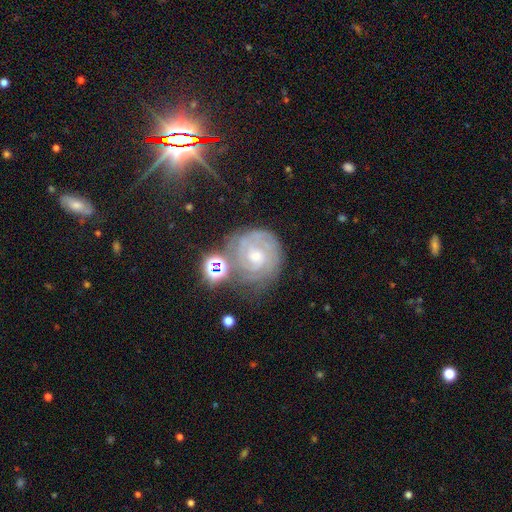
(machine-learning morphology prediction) smooth_or_featured: featured or disk (p=0.81) [alt: smooth p=0.11]
disk_edge_on: no (p=0.98) [alt: yes p=0.02]
bar: no (p=0.66) [alt: weak p=0.28]
has_spiral_arms: yes (p=0.95) [alt: no p=0.05]
spiral_winding: tight (p=0.77) [alt: medium p=0.19]
spiral_arm_count: can't tell (p=0.32) [alt: 2 p=0.25]
bulge_size: small (p=0.59) [alt: moderate p=0.36]
merging: none (p=0.63) [alt: minor disturbance p=0.19]